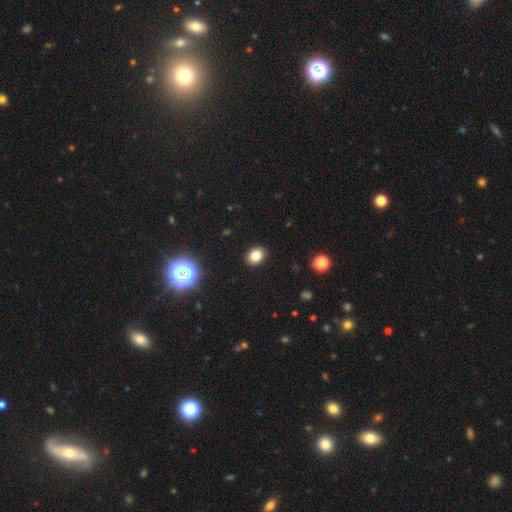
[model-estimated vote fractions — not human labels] This is clearly a smooth galaxy (83%). How rounded: possibly in between (57%). Merging: clearly none (90%).